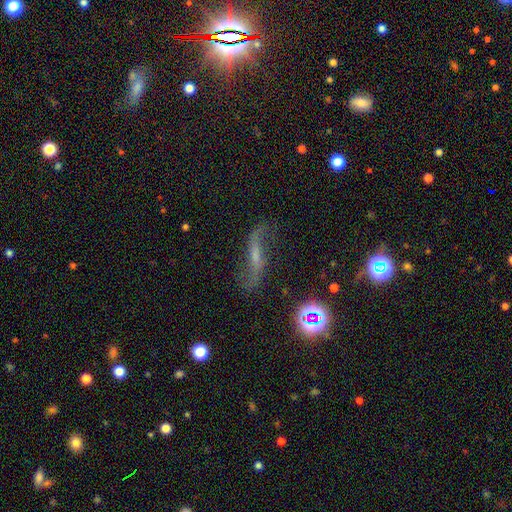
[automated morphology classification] Smooth or featured? featured or disk (73%)
Edge-on disk? no (82%)
Bar? strong (37%, tied with weak)
Spiral arms? yes (91%)
Spiral winding? loose (88%)
Spiral arm count? 2 (90%)
Bulge size? small (50%)
Merging? none (70%)